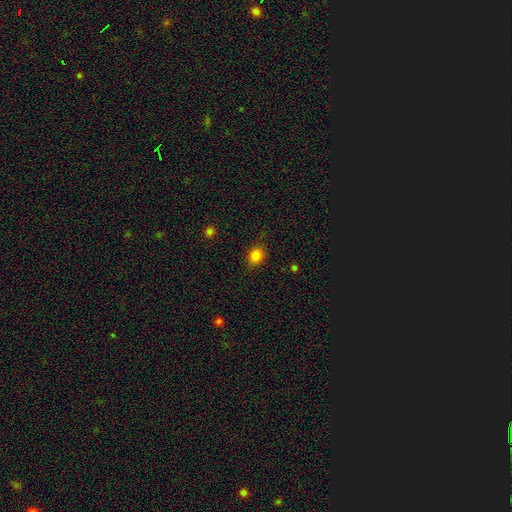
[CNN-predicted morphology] This appears to be a smooth galaxy with no disk features (82%) that is round (55%). Merging: none (81%).